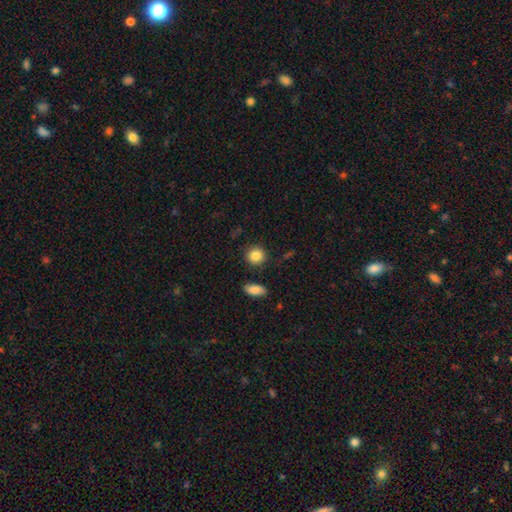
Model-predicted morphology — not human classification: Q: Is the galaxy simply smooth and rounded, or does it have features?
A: smooth — 86%.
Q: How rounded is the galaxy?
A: round — 86%.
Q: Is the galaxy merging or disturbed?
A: none — 86%.